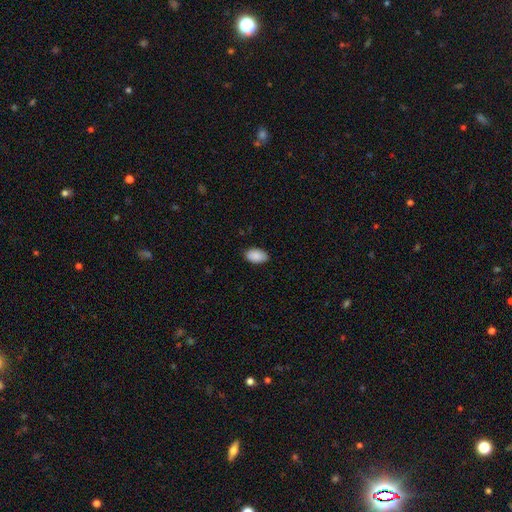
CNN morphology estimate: Smooth or featured? smooth (90%)
How rounded? in between (94%)
Merging? none (86%)